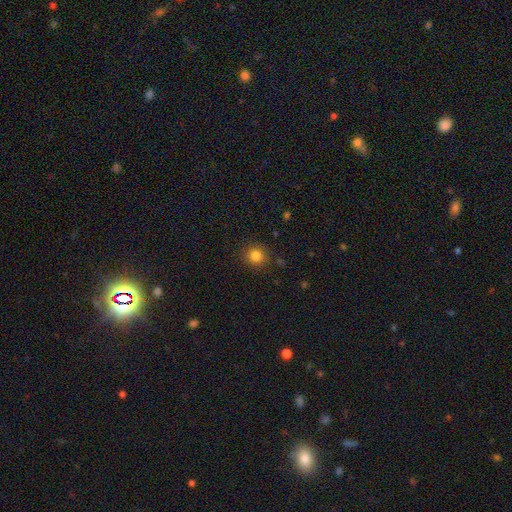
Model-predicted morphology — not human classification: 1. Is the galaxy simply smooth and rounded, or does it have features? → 82% smooth, 13% star or artifact, 5% featured or disk.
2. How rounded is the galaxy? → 93% round, 6% in between, 1% cigar-shaped.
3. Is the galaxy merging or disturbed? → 91% none, 6% minor disturbance, 2% major disturbance, 1% merger.